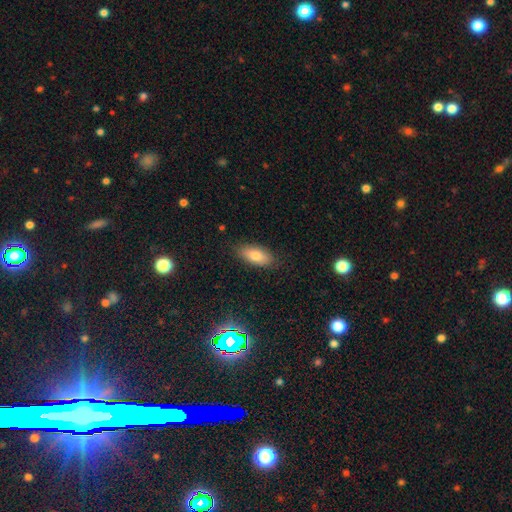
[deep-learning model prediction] smooth_or_featured: smooth (p=0.78) [alt: featured or disk p=0.14]
how_rounded: in between (p=0.86) [alt: cigar-shaped p=0.11]
merging: none (p=0.85) [alt: minor disturbance p=0.11]